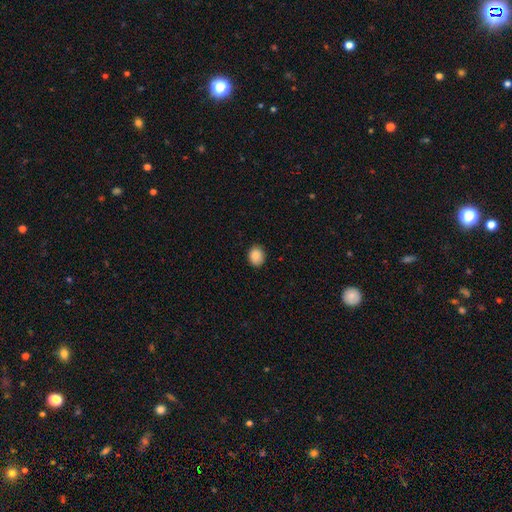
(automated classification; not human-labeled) This is clearly a smooth galaxy (89%). How rounded: likely round (64%). Merging: clearly none (89%).